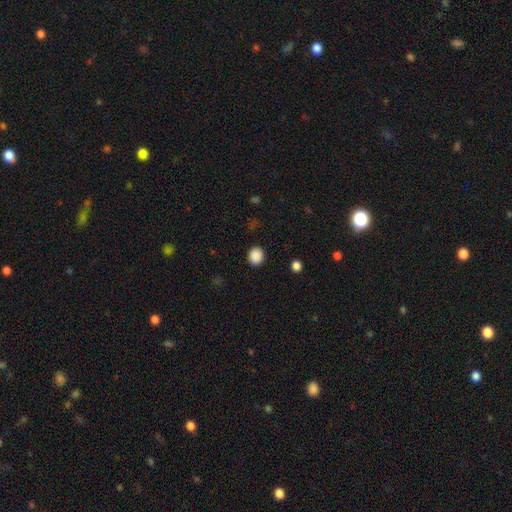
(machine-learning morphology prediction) This appears to be a smooth galaxy with no disk features (88%) that is round (70%). Merging: none (90%).